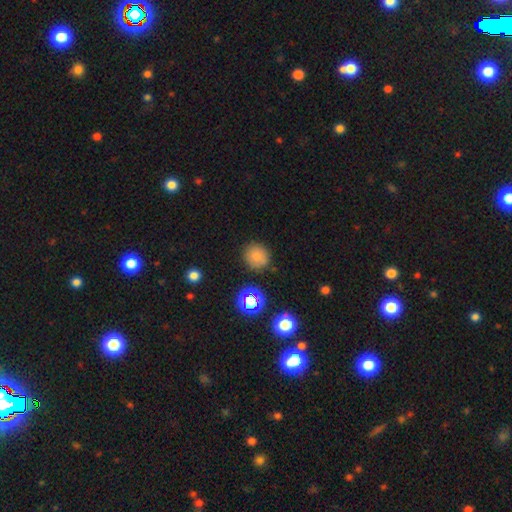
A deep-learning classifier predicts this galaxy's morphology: smooth-or-featured: smooth: 77% | star or artifact: 15% | featured or disk: 8%
  how-rounded: round: 91% | in between: 8% | cigar-shaped: 1%
  merging: none: 85% | minor disturbance: 10% | major disturbance: 3% | merger: 2%